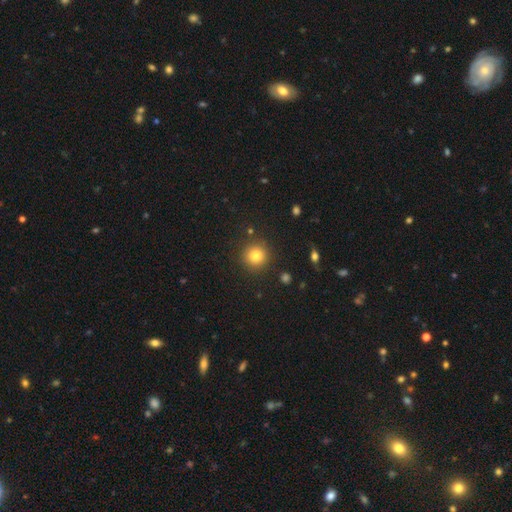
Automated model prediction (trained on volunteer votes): Q: Smooth or featured?
A: smooth (81%); runner-up: star or artifact (12%)
Q: How rounded?
A: round (94%); runner-up: in between (5%)
Q: Merging?
A: none (90%); runner-up: minor disturbance (6%)